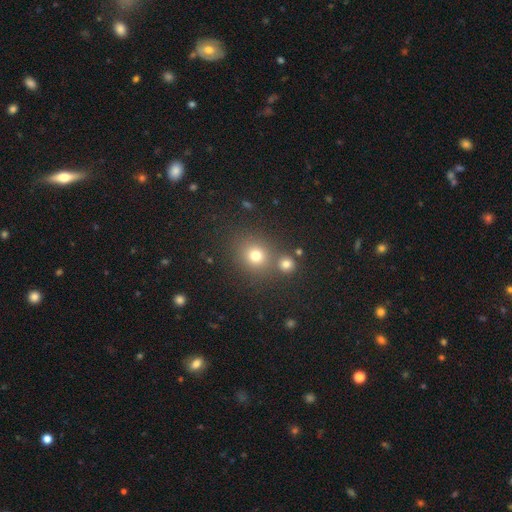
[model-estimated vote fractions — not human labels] Morphology: type=smooth (74%); roundness=round (85%); merging=none (72%).